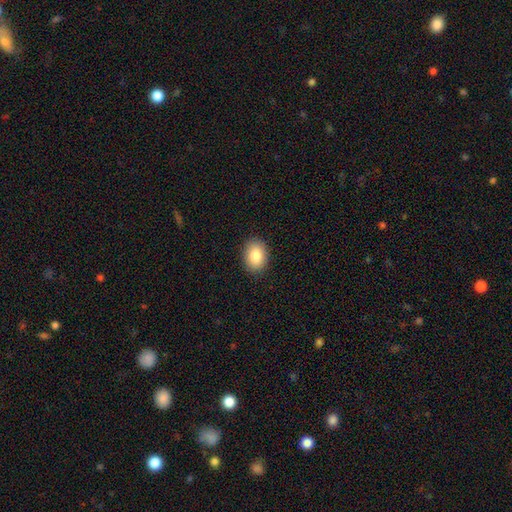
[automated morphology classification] This is clearly a smooth galaxy (85%). How rounded: likely in between (72%). Merging: clearly none (90%).